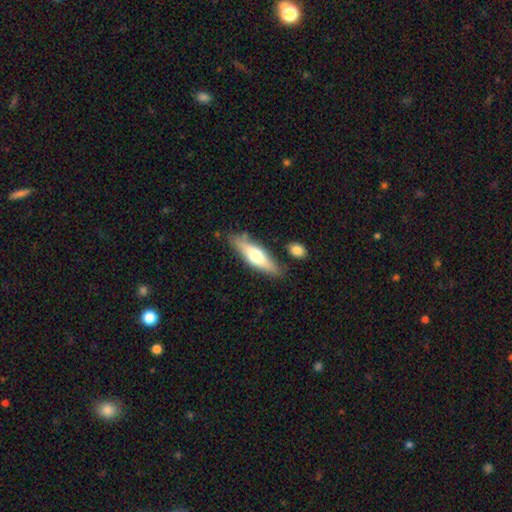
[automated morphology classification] type=smooth (53%); roundness=cigar-shaped (63%); merging=none (78%).